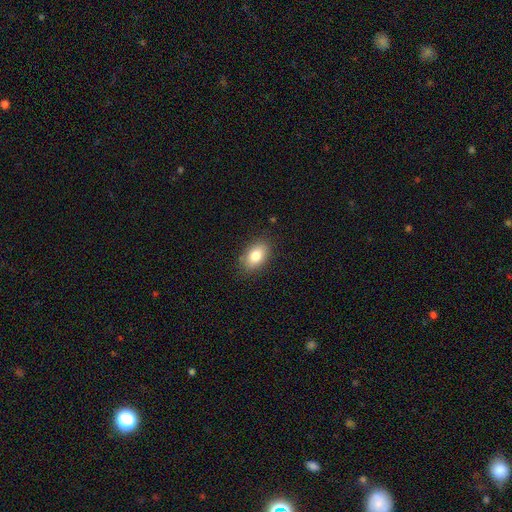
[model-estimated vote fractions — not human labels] smooth-or-featured: smooth: 82% | featured or disk: 10% | star or artifact: 8%
  how-rounded: in between: 89% | round: 9% | cigar-shaped: 2%
  merging: none: 85% | minor disturbance: 11% | major disturbance: 3% | merger: 1%